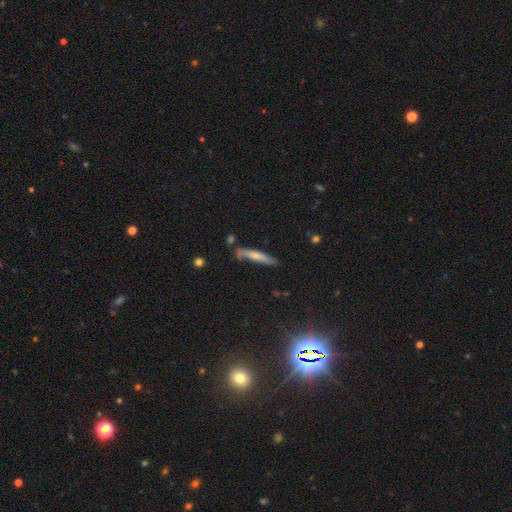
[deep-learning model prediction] Smooth or featured?
  - smooth: 61% *
  - featured or disk: 32%
  - star or artifact: 6%
How rounded?
  - cigar-shaped: 91% *
  - in between: 7%
  - round: 2%
Merging?
  - none: 69% *
  - minor disturbance: 21%
  - merger: 5%
  - major disturbance: 5%